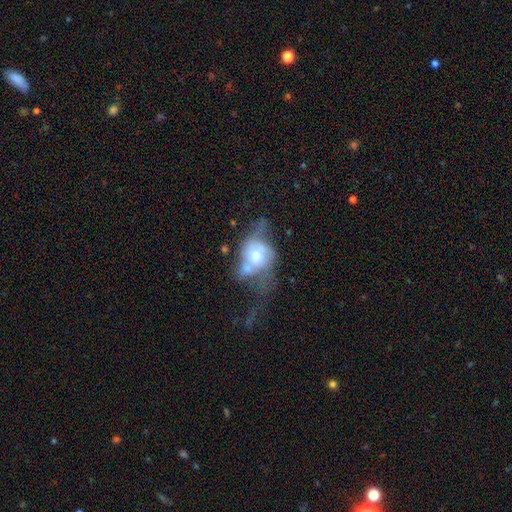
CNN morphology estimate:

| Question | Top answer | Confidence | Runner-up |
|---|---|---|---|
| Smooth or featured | featured or disk | 50% | smooth (41%) |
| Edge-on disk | no | 92% | yes (8%) |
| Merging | major disturbance | 39% | merger (31%) |